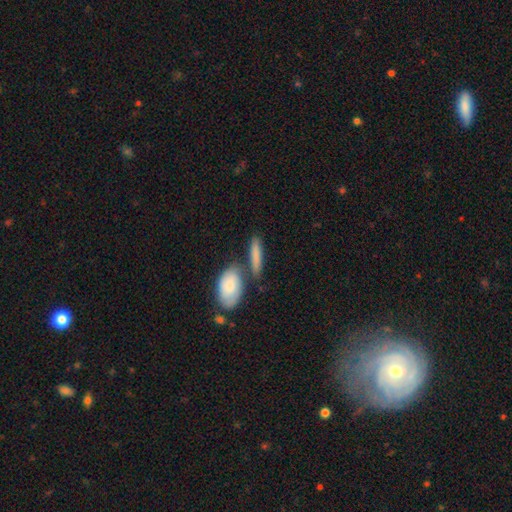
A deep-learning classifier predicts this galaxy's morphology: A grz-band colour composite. It shows a smooth galaxy with no disk features (77%) that is cigar-shaped (60%). Merging: none (56%).